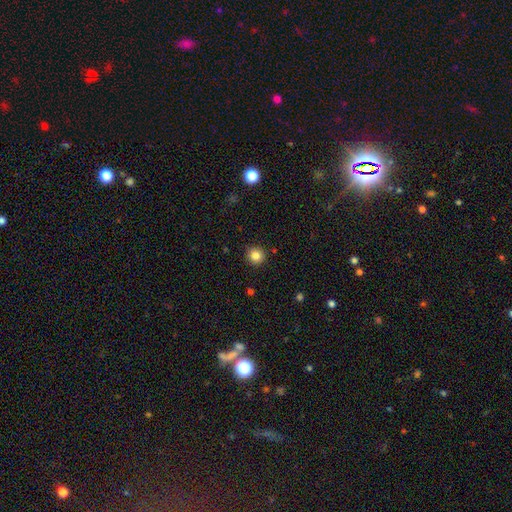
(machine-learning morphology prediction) Q: Smooth or featured?
A: smooth (84%); runner-up: star or artifact (11%)
Q: How rounded?
A: round (94%); runner-up: in between (5%)
Q: Merging?
A: none (91%); runner-up: minor disturbance (6%)